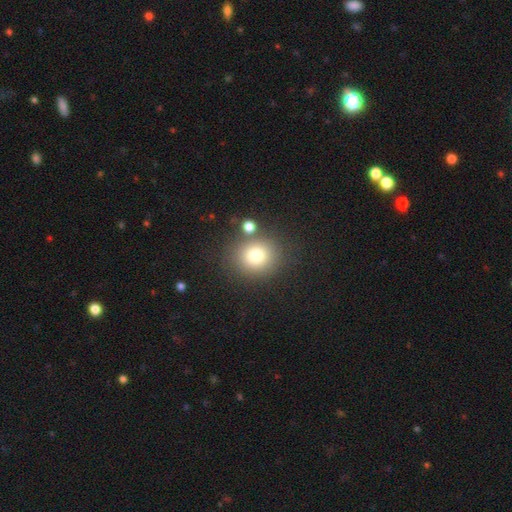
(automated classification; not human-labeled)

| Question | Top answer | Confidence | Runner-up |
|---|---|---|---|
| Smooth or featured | smooth | 78% | star or artifact (12%) |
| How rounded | round | 79% | in between (20%) |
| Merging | none | 74% | merger (12%) |